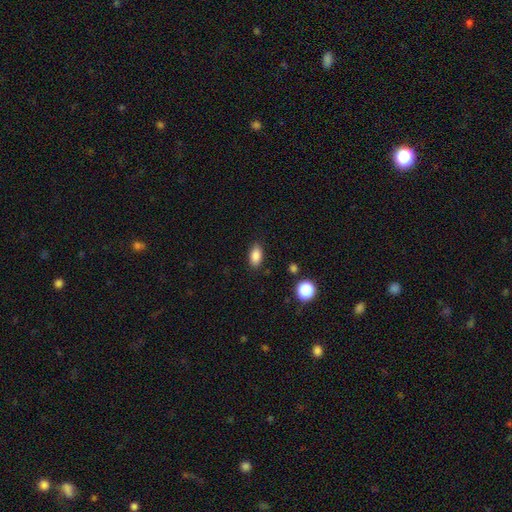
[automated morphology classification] Overall: smooth (86%). How rounded: in between (90%). Merging: none (86%).